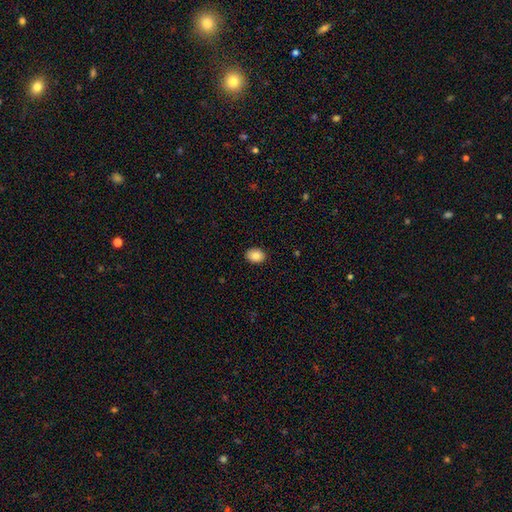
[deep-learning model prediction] smooth_or_featured: smooth (p=0.87) [alt: star or artifact p=0.08]
how_rounded: in between (p=0.67) [alt: round p=0.32]
merging: none (p=0.90) [alt: minor disturbance p=0.08]